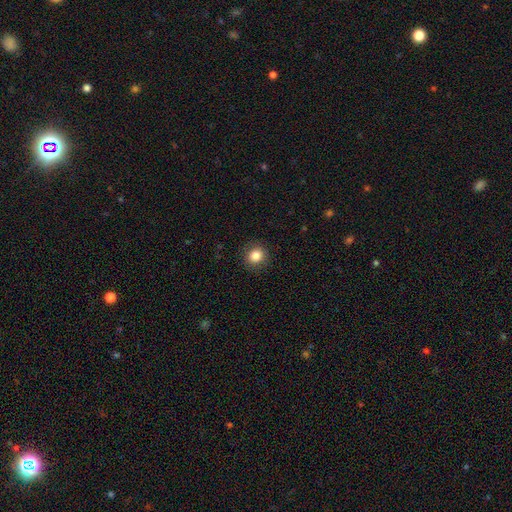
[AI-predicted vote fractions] A smooth galaxy with no disk features (84%) that is round (86%).

Vote fractions:
- Smooth or featured? smooth: 84% / star or artifact: 10% / featured or disk: 6%
- How rounded? round: 86% / in between: 13% / cigar-shaped: 1%
- Merging? none: 89% / minor disturbance: 8% / major disturbance: 3% / merger: 1%